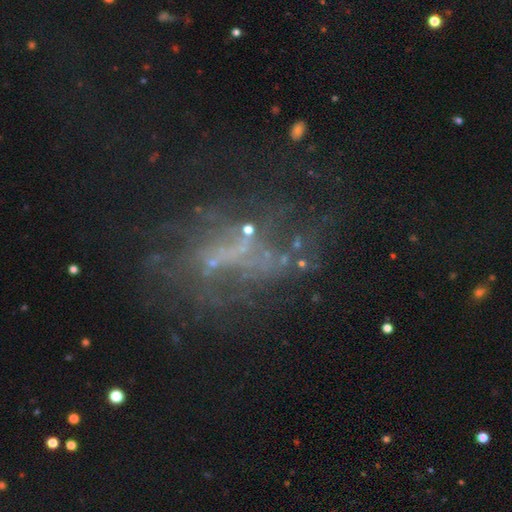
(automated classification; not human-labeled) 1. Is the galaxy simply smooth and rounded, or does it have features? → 59% featured or disk, 26% star or artifact, 15% smooth.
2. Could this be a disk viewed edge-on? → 95% no, 5% yes.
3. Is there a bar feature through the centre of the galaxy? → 70% no, 21% weak, 10% strong.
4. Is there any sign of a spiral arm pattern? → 72% no, 28% yes.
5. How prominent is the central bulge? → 67% none, 24% small, 7% moderate, 2% large, 1% dominant.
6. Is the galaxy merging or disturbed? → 46% none, 32% major disturbance, 16% minor disturbance, 6% merger.